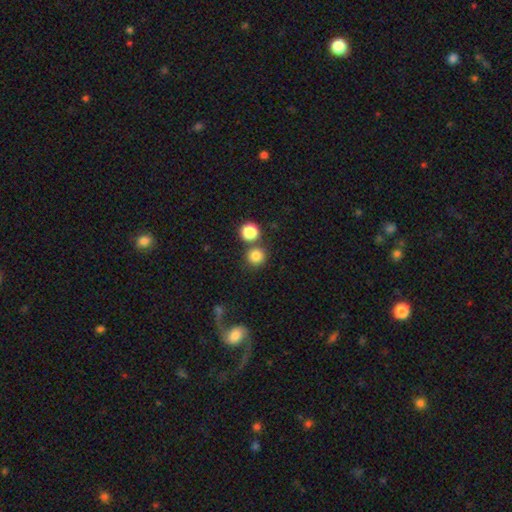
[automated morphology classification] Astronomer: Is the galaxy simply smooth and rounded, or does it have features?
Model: smooth — 82%.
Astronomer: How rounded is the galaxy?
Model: round — 92%.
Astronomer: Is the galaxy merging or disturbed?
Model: none — 72%.